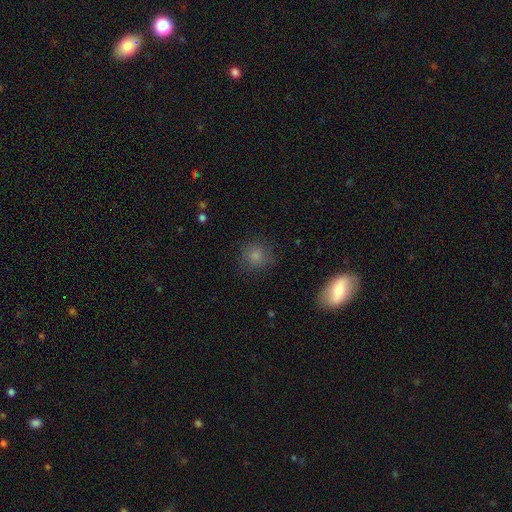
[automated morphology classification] smooth-or-featured: smooth: 81% | star or artifact: 12% | featured or disk: 7%
  how-rounded: round: 90% | in between: 9% | cigar-shaped: 1%
  merging: none: 81% | minor disturbance: 13% | major disturbance: 5% | merger: 1%